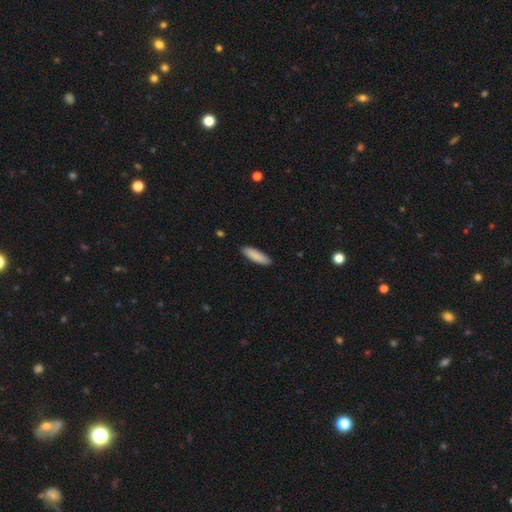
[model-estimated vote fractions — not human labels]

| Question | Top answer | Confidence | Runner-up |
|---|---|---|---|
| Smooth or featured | smooth | 88% | featured or disk (6%) |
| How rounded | cigar-shaped | 58% | in between (40%) |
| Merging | none | 88% | minor disturbance (9%) |